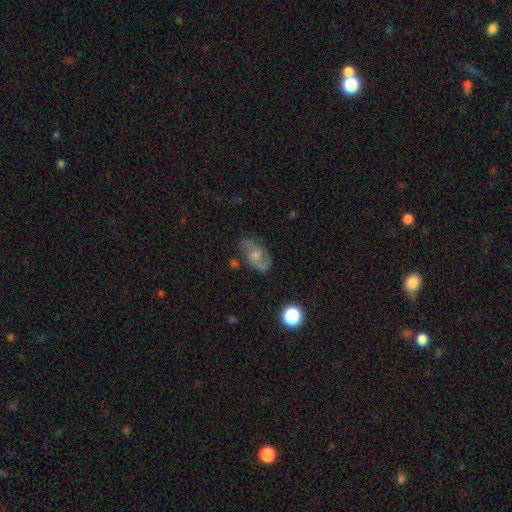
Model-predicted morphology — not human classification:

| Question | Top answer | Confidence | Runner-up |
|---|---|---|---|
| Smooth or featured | featured or disk | 58% | smooth (32%) |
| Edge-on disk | no | 95% | yes (5%) |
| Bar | no | 53% | weak (39%) |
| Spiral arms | yes | 85% | no (15%) |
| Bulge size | moderate | 42% | small (31%) |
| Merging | none | 71% | minor disturbance (19%) |